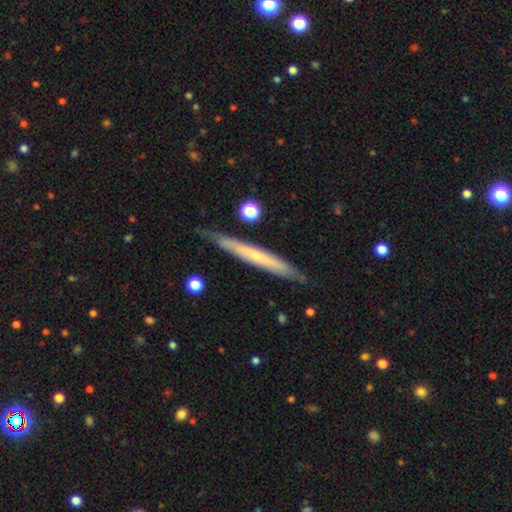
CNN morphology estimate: Q: Smooth or featured?
A: featured or disk (53%); runner-up: smooth (42%)
Q: Edge-on disk?
A: yes (92%); runner-up: no (8%)
Q: Merging?
A: none (84%); runner-up: minor disturbance (12%)